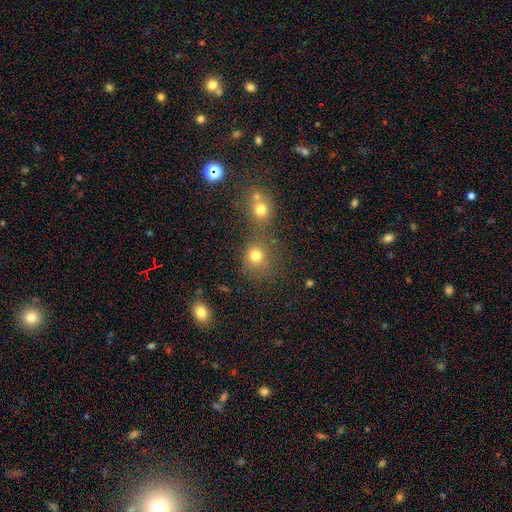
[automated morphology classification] Smooth or featured?
  - smooth: 76% *
  - star or artifact: 16%
  - featured or disk: 8%
How rounded?
  - round: 82% *
  - in between: 17%
  - cigar-shaped: 1%
Merging?
  - none: 54% *
  - merger: 32%
  - minor disturbance: 9%
  - major disturbance: 5%